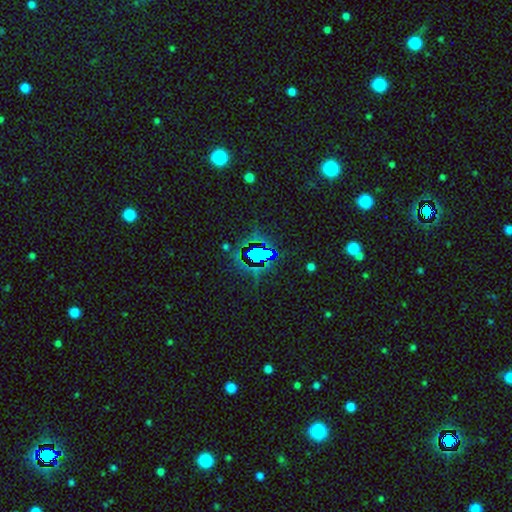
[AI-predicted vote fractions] smooth_or_featured: star or artifact (p=0.68) [alt: smooth p=0.20]